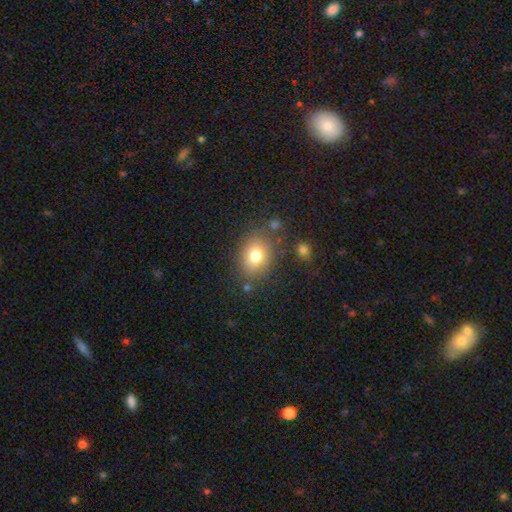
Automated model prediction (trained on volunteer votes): Smooth or featured? smooth (78%)
How rounded? in between (58%)
Merging? none (77%)